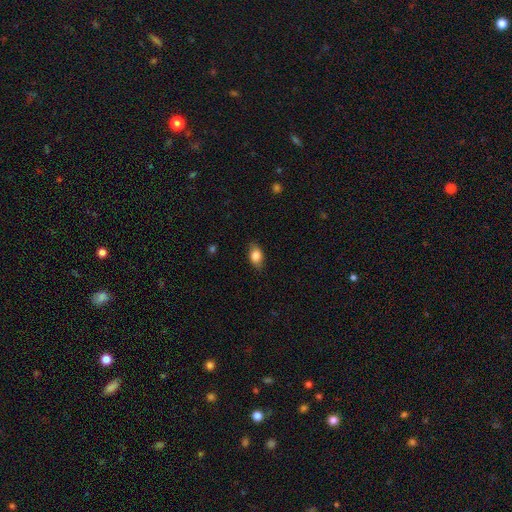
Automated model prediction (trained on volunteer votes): This is clearly a smooth galaxy (83%). How rounded: clearly in between (85%). Merging: clearly none (81%).